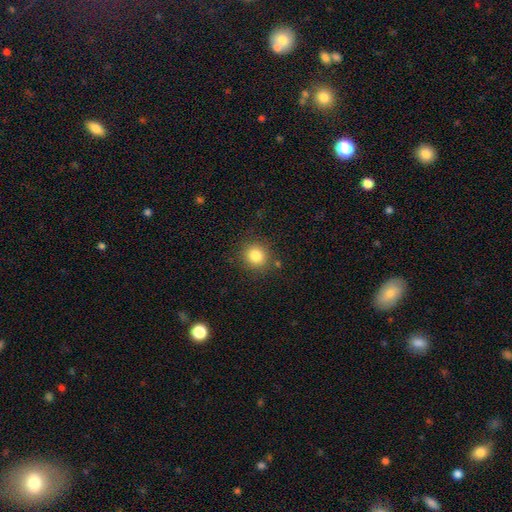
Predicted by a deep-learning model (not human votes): A smooth galaxy with no disk features (83%) that is round (88%). Merging: none (86%).